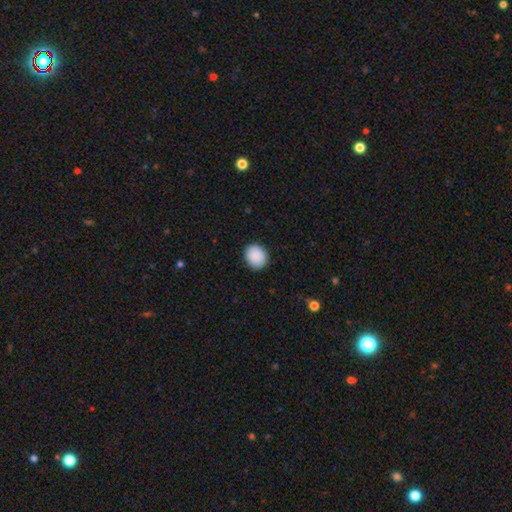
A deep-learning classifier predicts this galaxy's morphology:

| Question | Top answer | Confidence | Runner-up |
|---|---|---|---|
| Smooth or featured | smooth | 90% | star or artifact (7%) |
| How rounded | round | 69% | in between (30%) |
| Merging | none | 89% | minor disturbance (8%) |